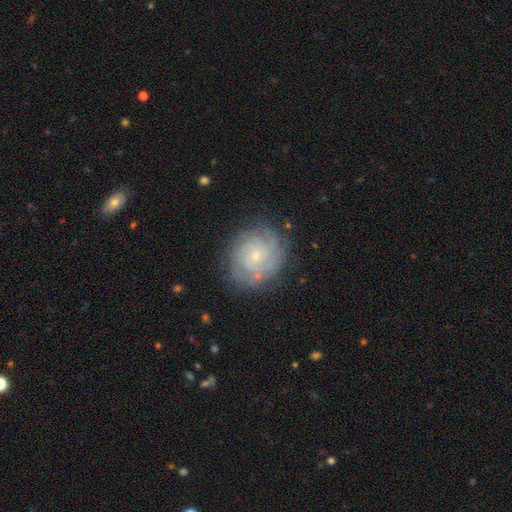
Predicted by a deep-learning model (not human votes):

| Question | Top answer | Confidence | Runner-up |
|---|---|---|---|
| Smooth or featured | featured or disk | 74% | smooth (17%) |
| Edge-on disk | no | 97% | yes (3%) |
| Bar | no | 81% | weak (16%) |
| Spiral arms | yes | 90% | no (10%) |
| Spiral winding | tight | 76% | medium (19%) |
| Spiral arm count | can't tell | 43% | 2 (17%) |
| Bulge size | small | 78% | moderate (18%) |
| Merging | none | 78% | minor disturbance (15%) |